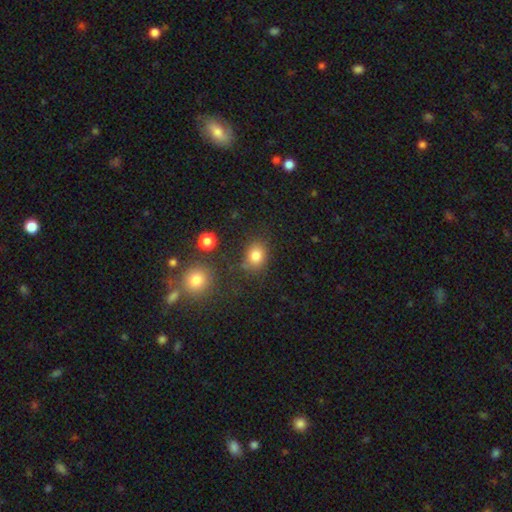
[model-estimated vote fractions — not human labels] smooth-or-featured: smooth: 82% | star or artifact: 12% | featured or disk: 6%
  how-rounded: round: 52% | in between: 47% | cigar-shaped: 1%
  merging: none: 72% | minor disturbance: 16% | merger: 6% | major disturbance: 6%